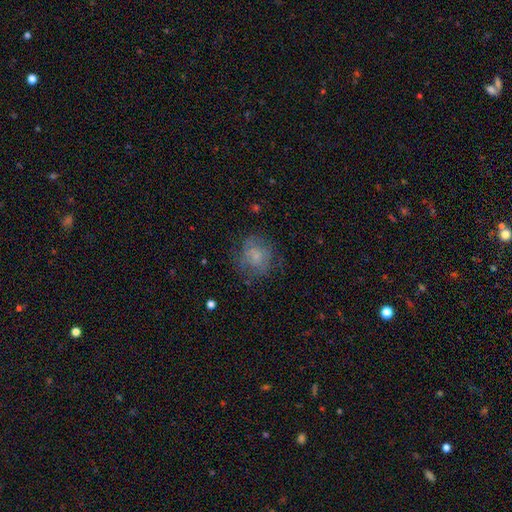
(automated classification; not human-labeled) The model was most divided on "smooth or featured": smooth: 56%, featured or disk: 33%, star or artifact: 12%. More confident: how rounded — round (76%); merging — none (64%).